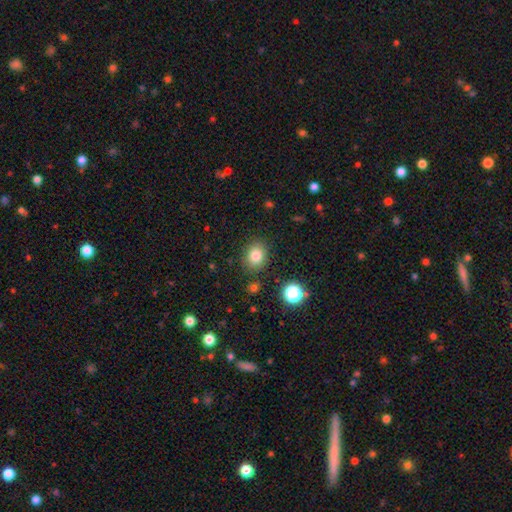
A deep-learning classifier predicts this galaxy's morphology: A smooth galaxy with no disk features (81%) that is round (56%). Merging: none (84%).